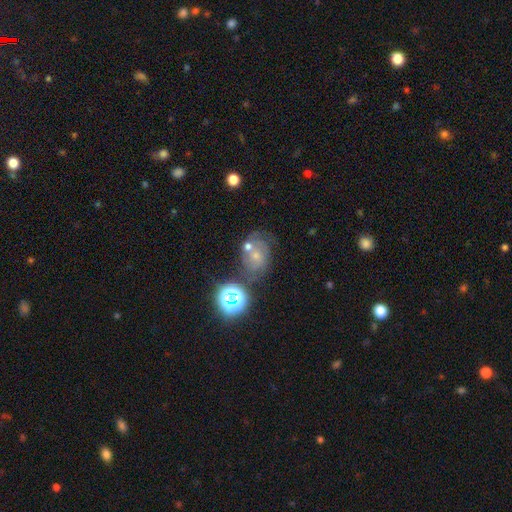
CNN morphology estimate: The model was most divided on "smooth or featured": featured or disk: 42%, smooth: 36%, star or artifact: 23%. Remaining: merging — none (43%).